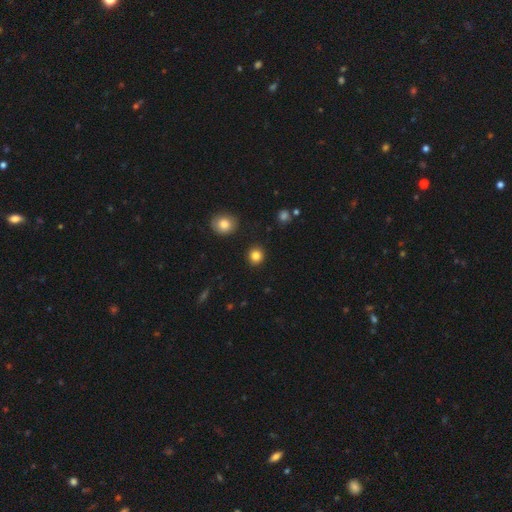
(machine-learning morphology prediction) Q: Smooth or featured?
A: smooth (85%); runner-up: star or artifact (11%)
Q: How rounded?
A: round (89%); runner-up: in between (10%)
Q: Merging?
A: none (91%); runner-up: minor disturbance (5%)